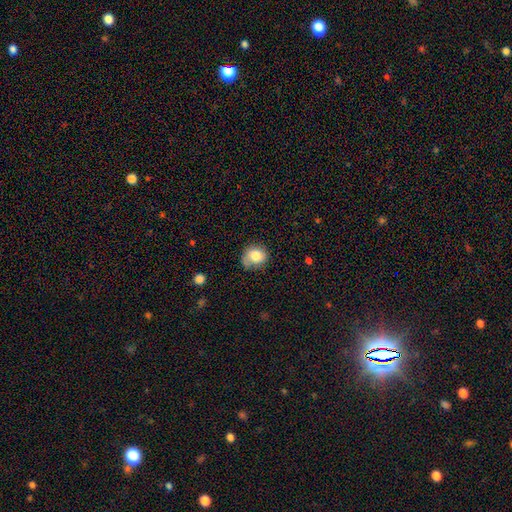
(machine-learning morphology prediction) The model was most divided on "merging": none: 58%, minor disturbance: 29%, major disturbance: 9%, merger: 3%. More confident: smooth or featured — smooth (77%); how rounded — round (72%).